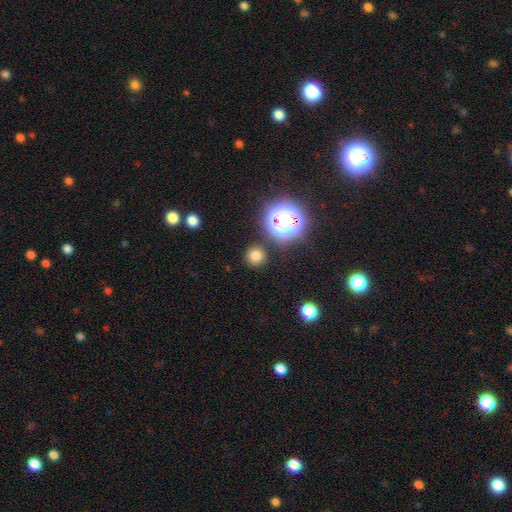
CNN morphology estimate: The model was most divided on "smooth or featured": smooth: 74%, star or artifact: 20%, featured or disk: 6%. More confident: how rounded — round (94%); merging — none (86%).